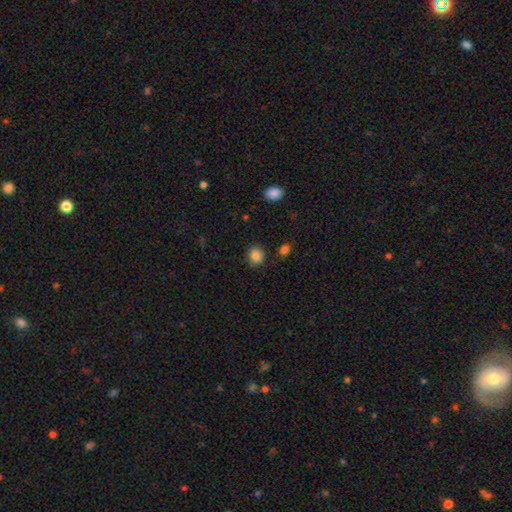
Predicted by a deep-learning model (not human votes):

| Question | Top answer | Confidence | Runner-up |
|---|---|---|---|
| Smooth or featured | smooth | 85% | star or artifact (10%) |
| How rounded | round | 70% | in between (29%) |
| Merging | none | 81% | minor disturbance (13%) |